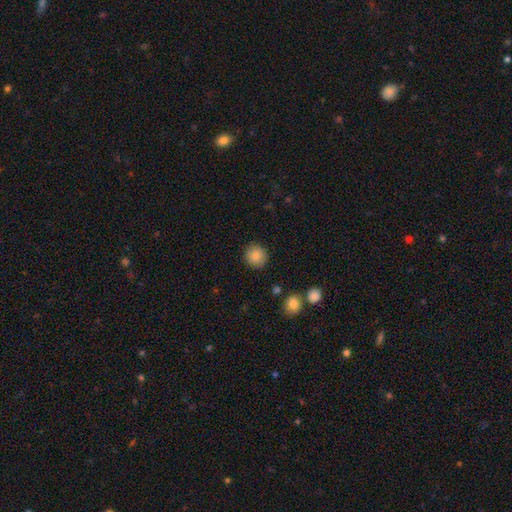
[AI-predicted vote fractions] Morphology: type=smooth (85%); roundness=round (92%); merging=none (90%).